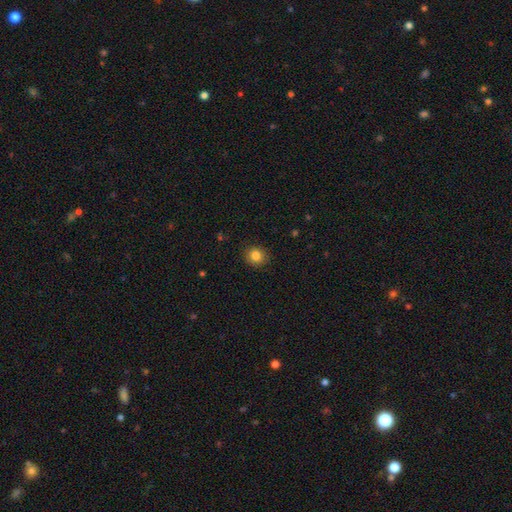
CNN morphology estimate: This appears to be a smooth galaxy with no disk features (83%) that is round (84%). Merging: none (90%).